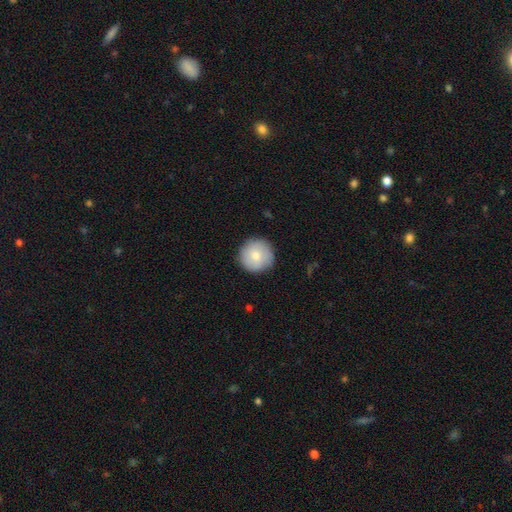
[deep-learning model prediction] Morphology: type=smooth (76%); roundness=round (95%); merging=none (87%).